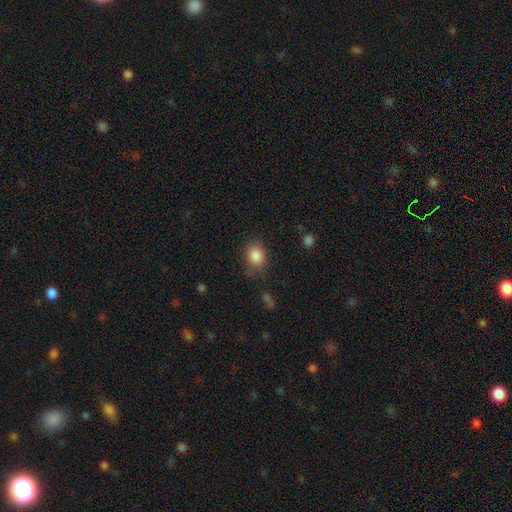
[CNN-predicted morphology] Smooth or featured?
  - smooth: 86% *
  - star or artifact: 9%
  - featured or disk: 5%
How rounded?
  - in between: 50% *
  - round: 49%
  - cigar-shaped: 1%
Merging?
  - none: 73% *
  - minor disturbance: 18%
  - major disturbance: 6%
  - merger: 3%